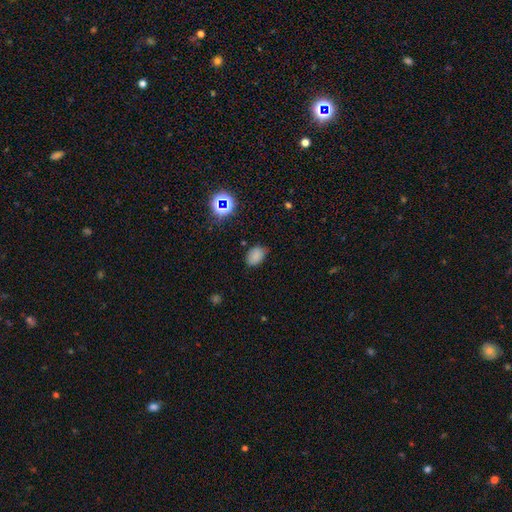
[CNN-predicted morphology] Smooth or featured? smooth (79%)
How rounded? in between (82%)
Merging? none (74%)